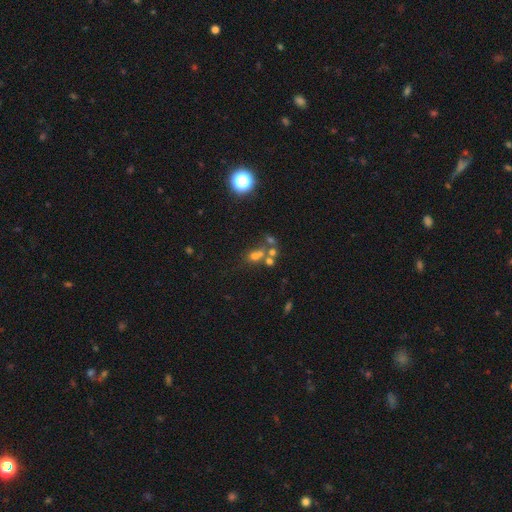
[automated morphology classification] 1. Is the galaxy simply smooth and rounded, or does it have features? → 52% smooth, 28% star or artifact, 20% featured or disk.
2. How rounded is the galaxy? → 67% round, 31% in between, 2% cigar-shaped.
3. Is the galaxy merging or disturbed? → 42% merger, 41% none, 10% minor disturbance, 8% major disturbance.